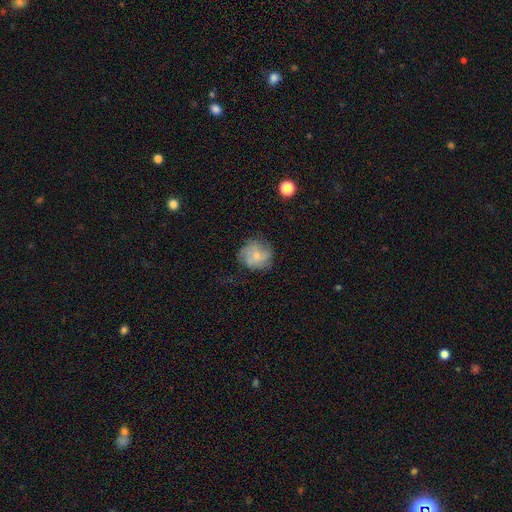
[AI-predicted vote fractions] Q: Smooth or featured?
A: smooth (55%); runner-up: featured or disk (35%)
Q: How rounded?
A: round (82%); runner-up: in between (17%)
Q: Merging?
A: none (62%); runner-up: minor disturbance (24%)